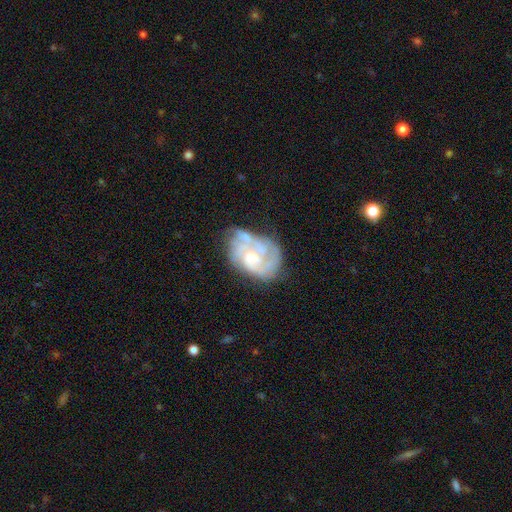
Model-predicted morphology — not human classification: Smooth or featured? Predicted: featured or disk (p=0.73). Edge-on disk? Predicted: no (p=0.97). Bar? Predicted: no (p=0.74). Spiral arms? Predicted: yes (p=0.80). Spiral winding? Predicted: tight (p=0.51). Spiral arm count? Predicted: can't tell (p=0.34). Bulge size? Predicted: moderate (p=0.55). Merging? Predicted: none (p=0.48).